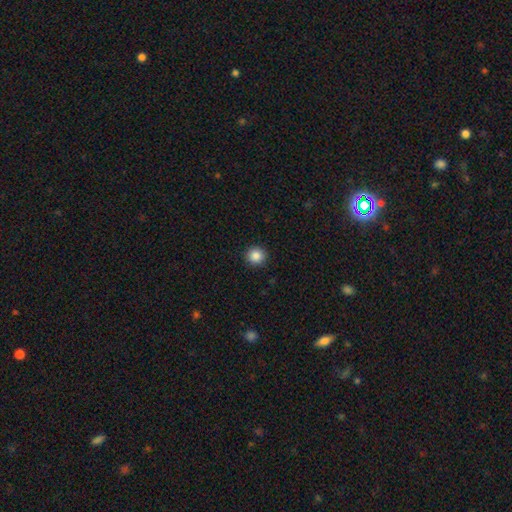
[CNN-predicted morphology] type=smooth (87%); roundness=round (94%); merging=none (92%).